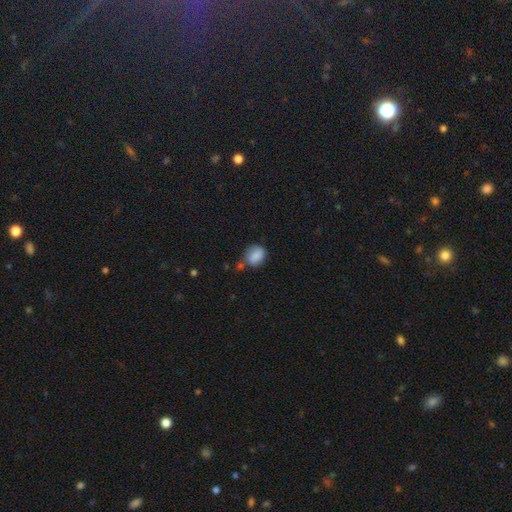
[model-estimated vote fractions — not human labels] Smooth or featured? smooth (82%)
How rounded? in between (52%)
Merging? none (54%)